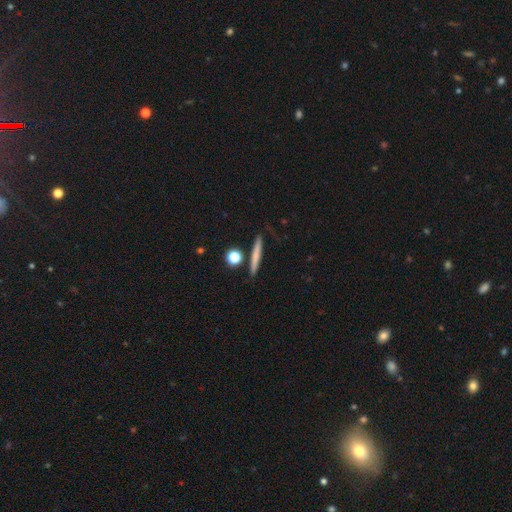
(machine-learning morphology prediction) Q: Smooth or featured?
A: smooth (65%); runner-up: featured or disk (27%)
Q: How rounded?
A: cigar-shaped (89%); runner-up: round (6%)
Q: Merging?
A: none (84%); runner-up: minor disturbance (9%)